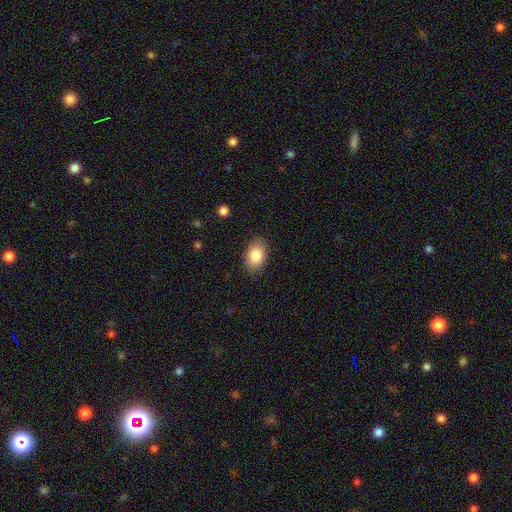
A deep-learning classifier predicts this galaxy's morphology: This is clearly a smooth galaxy (85%). How rounded: clearly in between (85%). Merging: clearly none (86%).